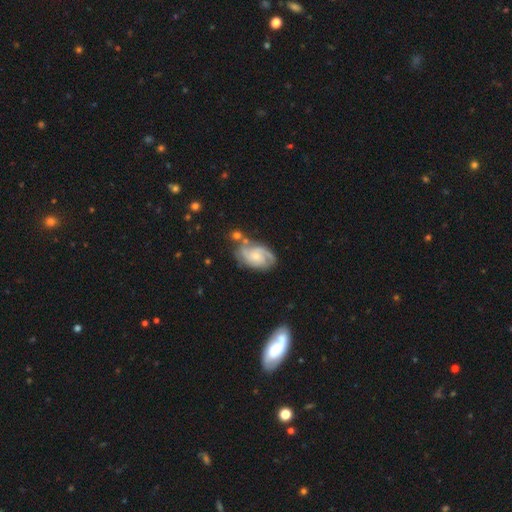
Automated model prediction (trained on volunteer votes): Q: Smooth or featured?
A: featured or disk (78%); runner-up: smooth (16%)
Q: Edge-on disk?
A: no (97%); runner-up: yes (3%)
Q: Bar?
A: no (68%); runner-up: weak (28%)
Q: Spiral arms?
A: yes (94%); runner-up: no (6%)
Q: Spiral winding?
A: tight (46%); runner-up: medium (41%)
Q: Spiral arm count?
A: 2 (43%); runner-up: 3 (25%)
Q: Bulge size?
A: small (62%); runner-up: moderate (32%)
Q: Merging?
A: none (58%); runner-up: minor disturbance (22%)